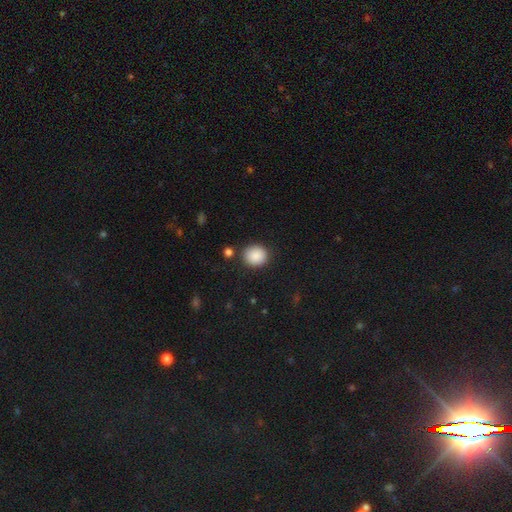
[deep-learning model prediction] Overall: smooth (88%). How rounded: round (81%). Merging: none (85%).